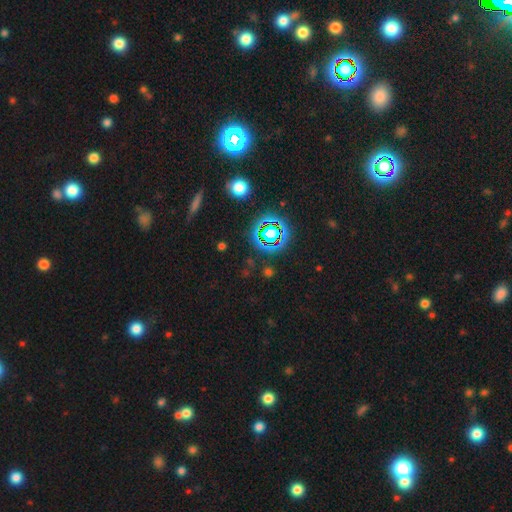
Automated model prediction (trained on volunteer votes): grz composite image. It shows a star or artifact, not a galaxy (73%).